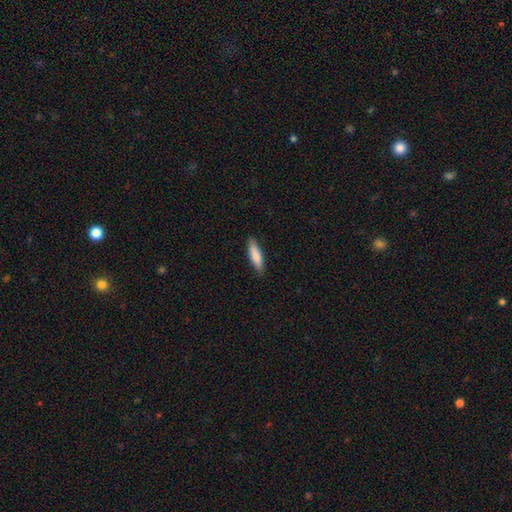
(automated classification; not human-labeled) Smooth or featured? Predicted: smooth (p=0.82). How rounded? Predicted: cigar-shaped (p=0.65). Merging? Predicted: none (p=0.86).